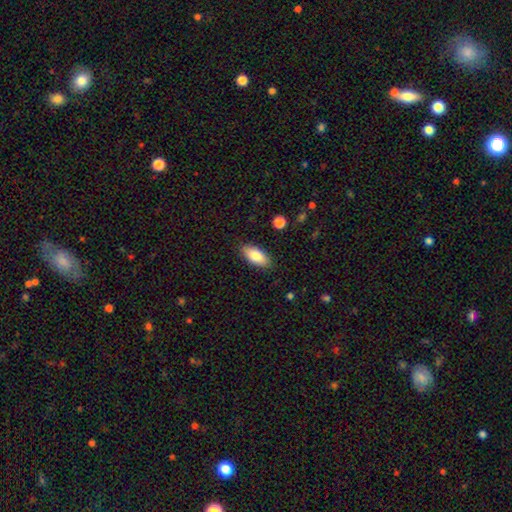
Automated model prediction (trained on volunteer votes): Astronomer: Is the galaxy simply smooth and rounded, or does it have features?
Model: smooth — 81%.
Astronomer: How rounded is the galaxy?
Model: in between — 87%.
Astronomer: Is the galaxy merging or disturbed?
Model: none — 87%.